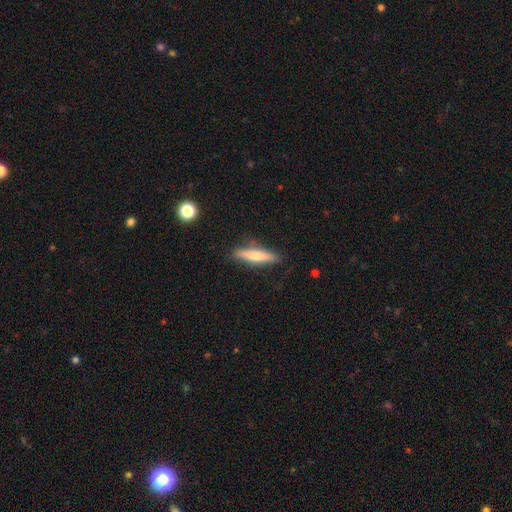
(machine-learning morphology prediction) Smooth or featured: smooth — 63% (featured or disk — 31%)
How rounded: cigar-shaped — 84% (in between — 15%)
Merging: none — 84% (minor disturbance — 12%)